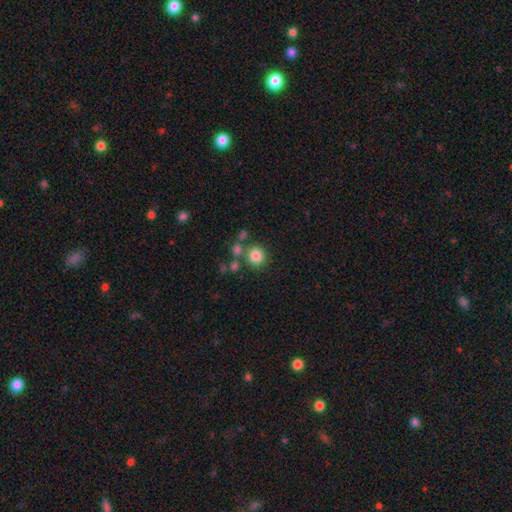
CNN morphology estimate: Smooth or featured?
  - smooth: 81% *
  - star or artifact: 12%
  - featured or disk: 7%
How rounded?
  - round: 92% *
  - in between: 8%
  - cigar-shaped: 1%
Merging?
  - none: 72% *
  - merger: 15%
  - minor disturbance: 9%
  - major disturbance: 4%